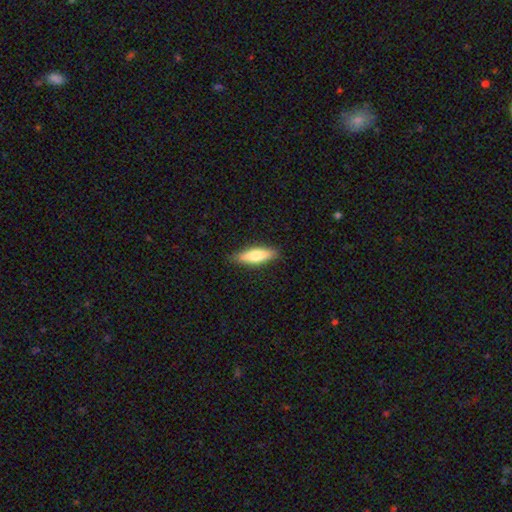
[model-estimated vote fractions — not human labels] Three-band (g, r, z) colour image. It shows a smooth galaxy with no disk features (73%) that is cigar-shaped (55%). Merging: none (87%).